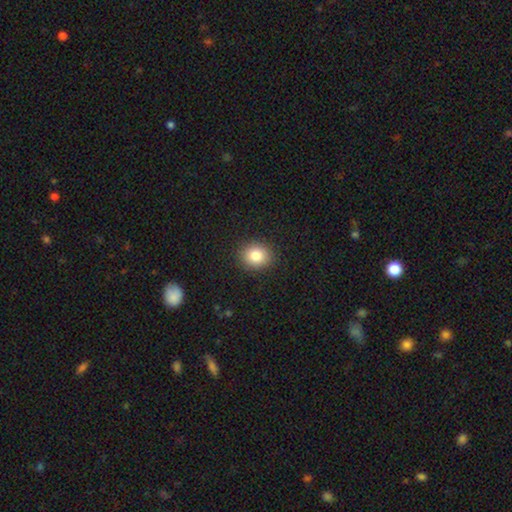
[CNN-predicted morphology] type=smooth (83%); roundness=round (68%); merging=none (90%).